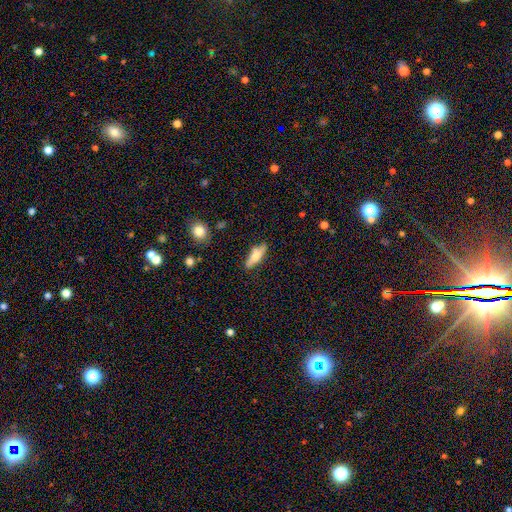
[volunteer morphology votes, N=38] smooth-or-featured: smooth: 50% (tied) | featured or disk: 50% (tied) | star or artifact: 0%
  how-rounded: in between: 53% | cigar-shaped: 47% | round: 0%
  merging: none: 39% | minor disturbance: 37% | major disturbance: 18% | merger: 5%